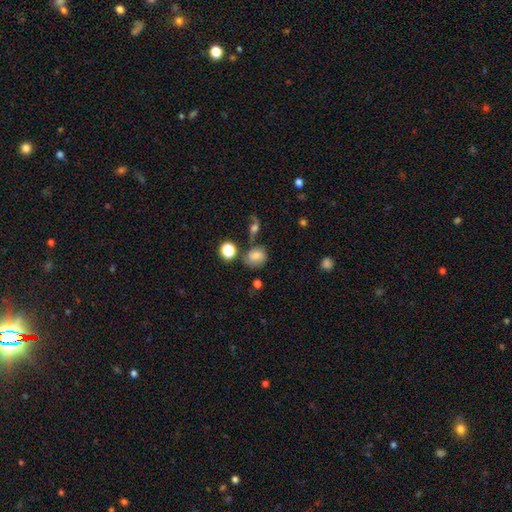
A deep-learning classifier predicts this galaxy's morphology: Smooth or featured: smooth — 66% (featured or disk — 20%)
How rounded: round — 65% (in between — 34%)
Merging: none — 59% (minor disturbance — 20%)